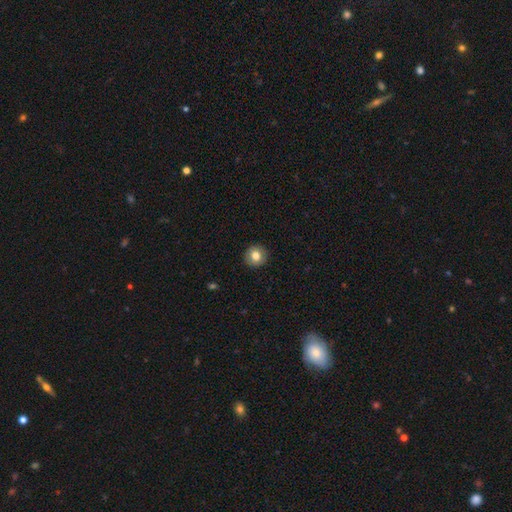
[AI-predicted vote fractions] A smooth galaxy with no disk features (78%) that is round (93%). Merging: none (91%).